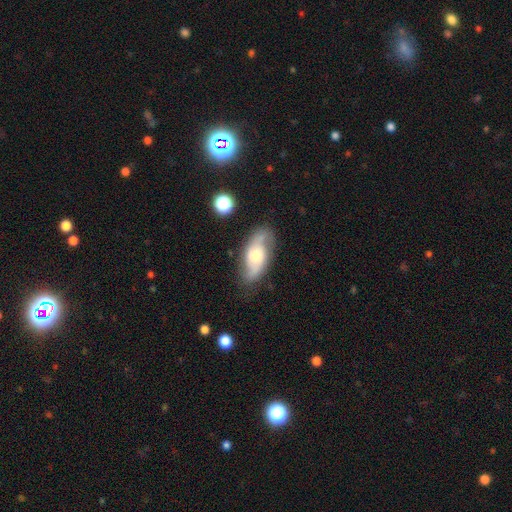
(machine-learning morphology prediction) A featured or disk galaxy (66%) with no bar (61%), 2 (85%) medium (44%) spiral arms (90%) and a moderate central bulge (49%).

Vote fractions:
- Smooth or featured? featured or disk: 66% / smooth: 27% / star or artifact: 7%
- Edge-on disk? no: 90% / yes: 10%
- Bar? no: 61% / weak: 32% / strong: 7%
- Spiral arms? yes: 90% / no: 10%
- Spiral winding? medium: 44% / loose: 39% / tight: 17%
- Spiral arm count? 2: 85% / can't tell: 8% / 1: 4% / 3: 1% / 4: 1% / more than 4: 1%
- Bulge size? moderate: 49% / large: 23% / small: 21% / none: 4% / dominant: 3%
- Merging? none: 74% / minor disturbance: 18% / major disturbance: 6% / merger: 2%